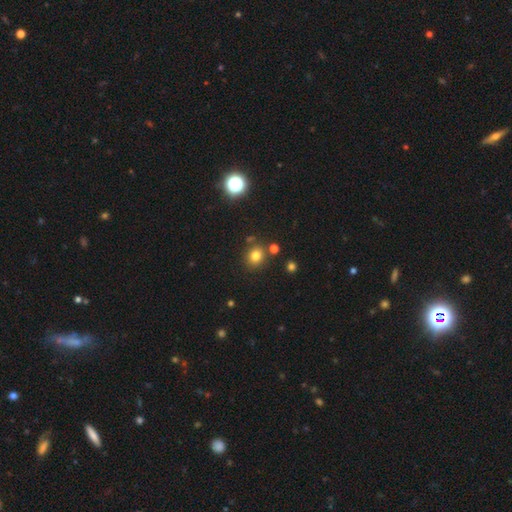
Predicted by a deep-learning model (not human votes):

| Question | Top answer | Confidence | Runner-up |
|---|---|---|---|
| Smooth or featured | smooth | 77% | star or artifact (16%) |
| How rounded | round | 76% | in between (23%) |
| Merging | none | 80% | minor disturbance (10%) |